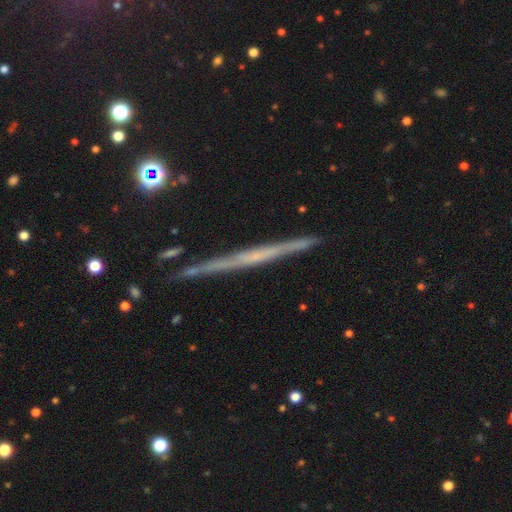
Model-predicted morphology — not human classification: smooth-or-featured: featured or disk: 65% | smooth: 26% | star or artifact: 9%
  disk-edge-on: yes: 98% | no: 2%
    edge-on-bulge: none: 85% | rounded: 10% | boxy: 5%
  merging: none: 89% | minor disturbance: 8% | merger: 2% | major disturbance: 1%